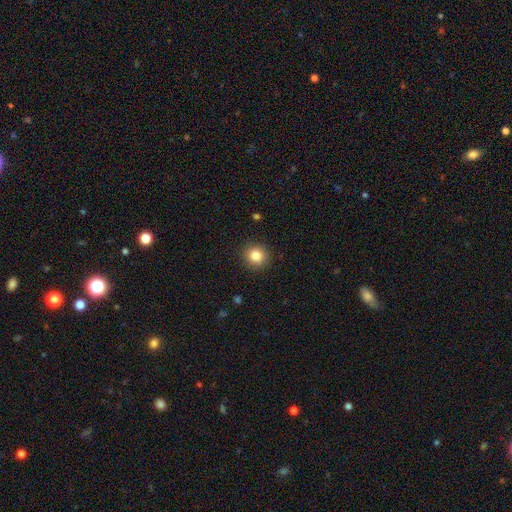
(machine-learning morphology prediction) type=smooth (84%); roundness=round (91%); merging=none (91%).